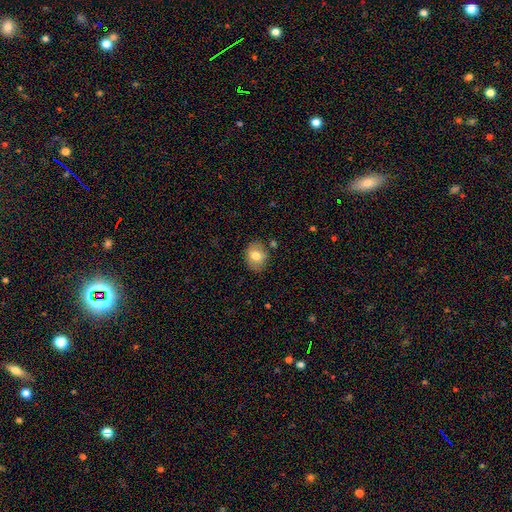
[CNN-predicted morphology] type=smooth (75%); roundness=round (52%); merging=none (80%).